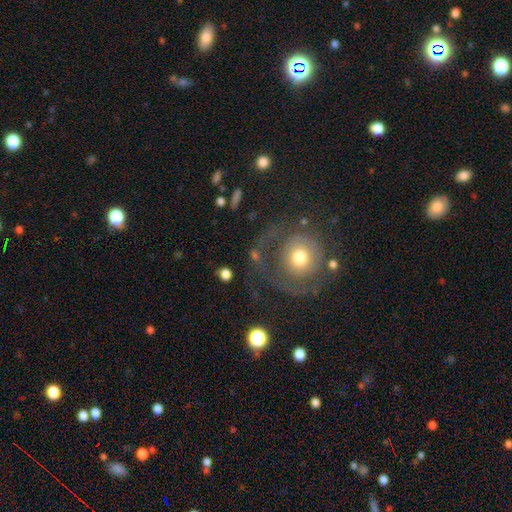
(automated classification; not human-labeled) Smooth or featured?
  - smooth: 44% *
  - featured or disk: 43%
  - star or artifact: 13%
Merging?
  - none: 53% *
  - major disturbance: 27%
  - minor disturbance: 15%
  - merger: 5%